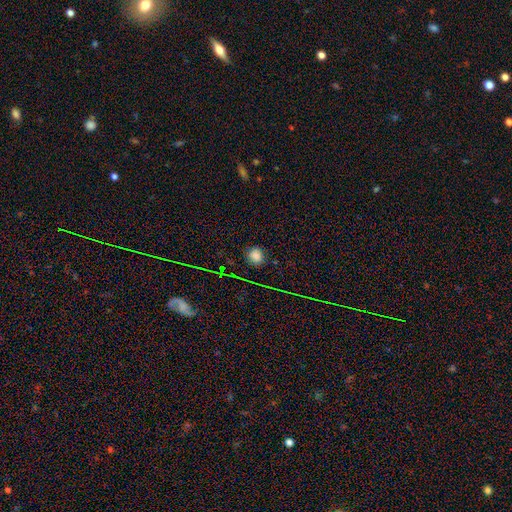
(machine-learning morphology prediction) This is likely a smooth galaxy (74%). How rounded: likely round (70%). Merging: clearly none (83%).